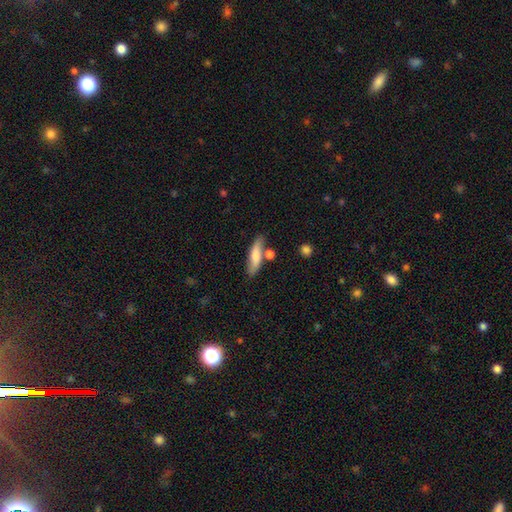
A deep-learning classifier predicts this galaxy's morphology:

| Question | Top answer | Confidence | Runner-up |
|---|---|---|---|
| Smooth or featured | smooth | 68% | featured or disk (25%) |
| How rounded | cigar-shaped | 58% | in between (39%) |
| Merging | none | 69% | minor disturbance (15%) |